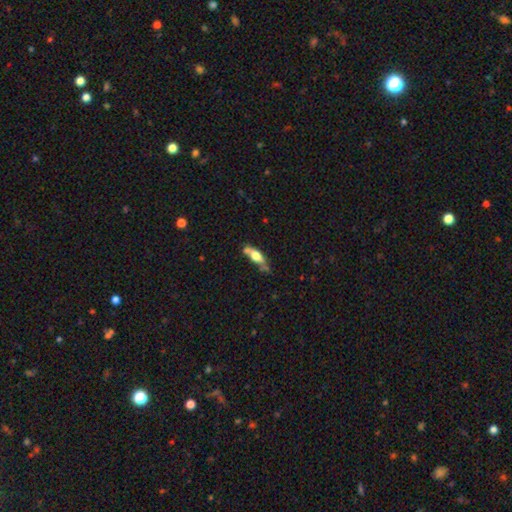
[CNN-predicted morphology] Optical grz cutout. It shows a smooth galaxy with no disk features (55%) that is in between round and cigar-shaped (55%). Merging: none (50%).